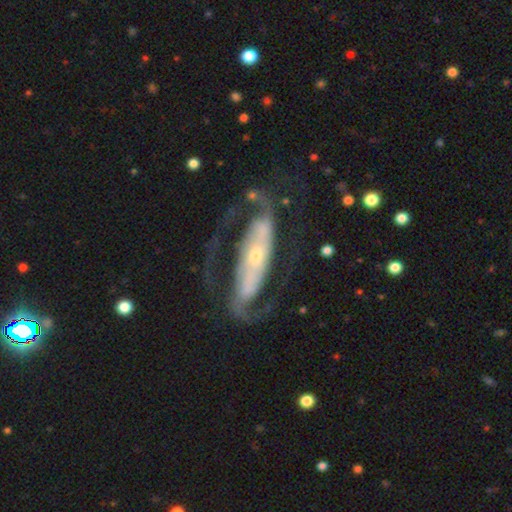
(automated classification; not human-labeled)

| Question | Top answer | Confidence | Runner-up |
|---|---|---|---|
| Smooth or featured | featured or disk | 86% | smooth (9%) |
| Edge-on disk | no | 87% | yes (13%) |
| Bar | strong | 50% | no (30%) |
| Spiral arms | yes | 92% | no (8%) |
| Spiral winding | medium | 48% | loose (26%) |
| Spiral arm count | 2 | 88% | can't tell (5%) |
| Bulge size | small | 69% | moderate (24%) |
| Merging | none | 65% | major disturbance (19%) |